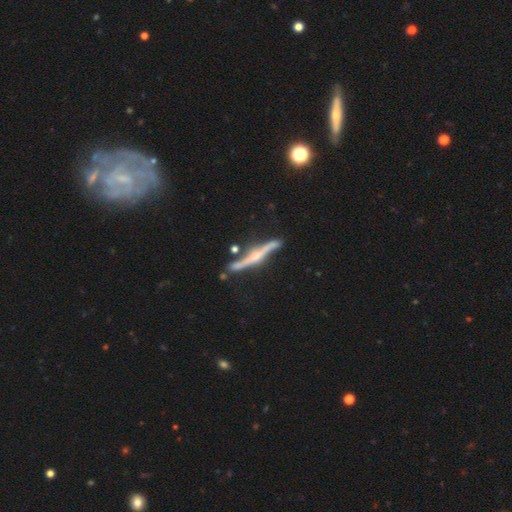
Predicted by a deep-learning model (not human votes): Smooth or featured? Predicted: featured or disk (p=0.81). Edge-on disk? Predicted: yes (p=0.95). Edge-on bulge? Predicted: rounded (p=0.67). Merging? Predicted: none (p=0.73).